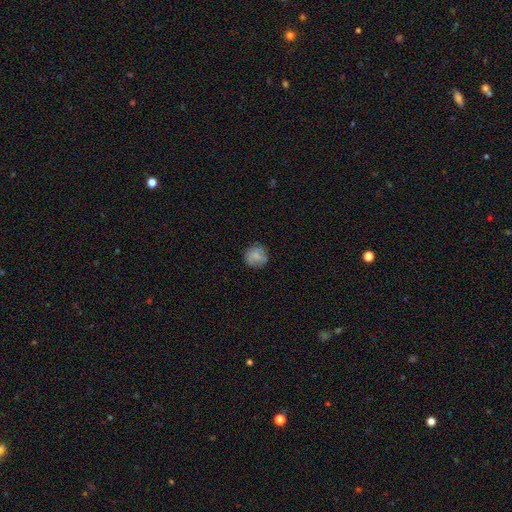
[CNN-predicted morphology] The model was most divided on "smooth or featured": smooth: 74%, featured or disk: 18%, star or artifact: 8%. More confident: how rounded — round (90%); merging — none (82%).